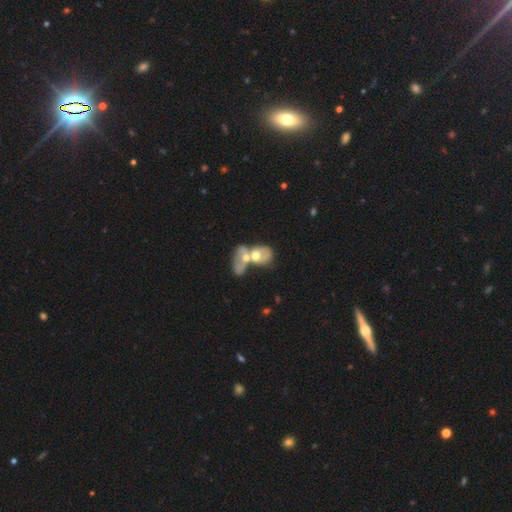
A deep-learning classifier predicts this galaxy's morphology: smooth_or_featured: smooth (p=0.46) [alt: featured or disk p=0.45]
merging: merger (p=0.81) [alt: none p=0.08]